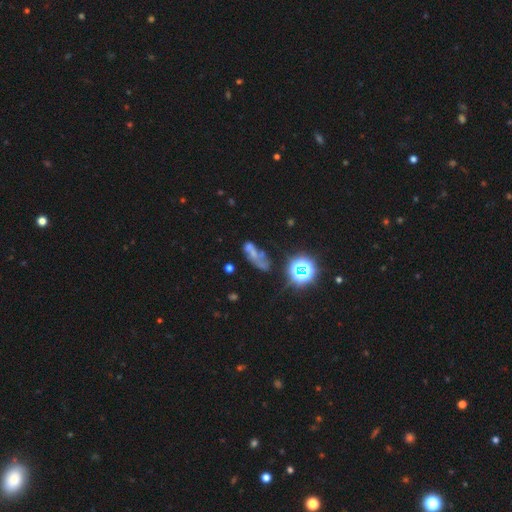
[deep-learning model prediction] Overall: smooth (39%; featured or disk 34%). Merging: none (33%; merger 26%).